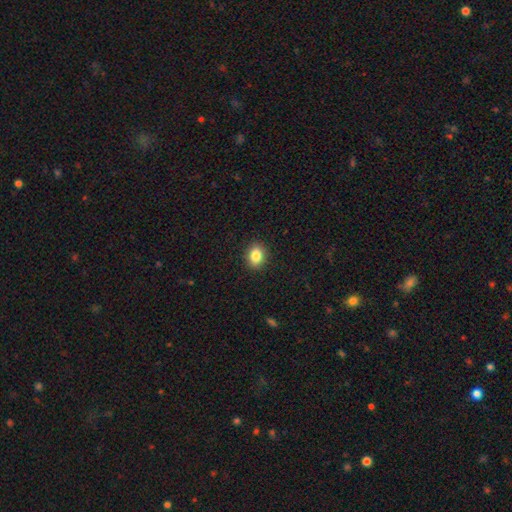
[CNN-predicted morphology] This appears to be a smooth galaxy with no disk features (86%) that is in between round and cigar-shaped (65%). Merging: none (90%).